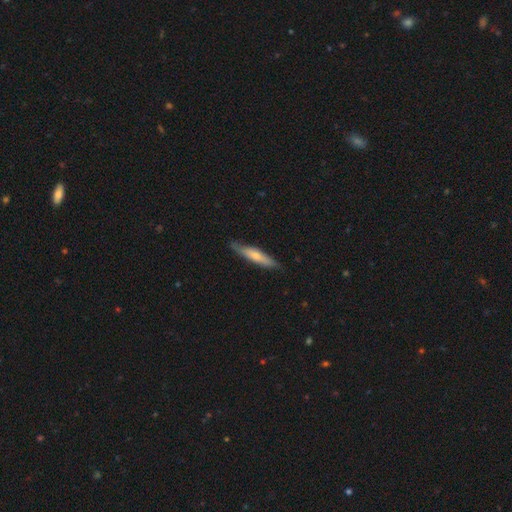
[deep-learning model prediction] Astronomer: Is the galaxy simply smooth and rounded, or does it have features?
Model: smooth — 58% (runner-up: featured or disk, 37%).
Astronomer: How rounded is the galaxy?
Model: cigar-shaped — 85%.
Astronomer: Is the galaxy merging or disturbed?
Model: none — 81%.